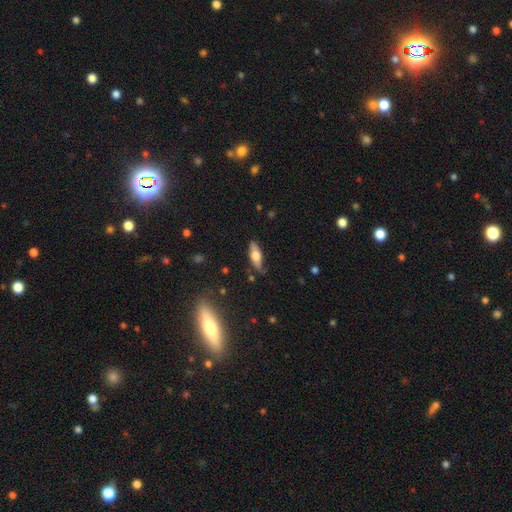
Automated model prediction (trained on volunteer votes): Smooth or featured?
  - smooth: 57% *
  - featured or disk: 37%
  - star or artifact: 6%
How rounded?
  - in between: 60% *
  - cigar-shaped: 38%
  - round: 3%
Merging?
  - none: 77% *
  - minor disturbance: 18%
  - major disturbance: 3%
  - merger: 2%